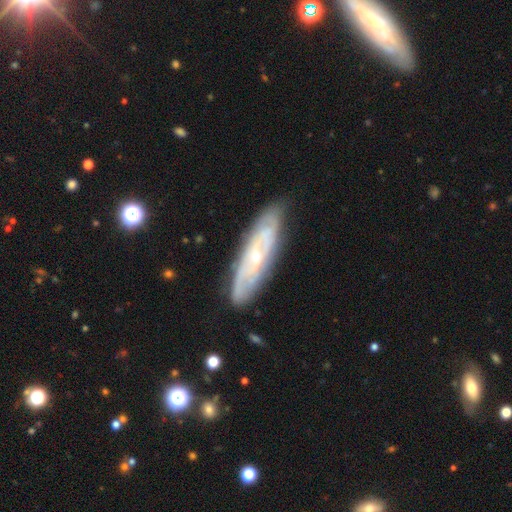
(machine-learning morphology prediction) Q: Smooth or featured?
A: featured or disk (73%); runner-up: smooth (21%)
Q: Edge-on disk?
A: no (70%); runner-up: yes (30%)
Q: Bar?
A: no (68%); runner-up: weak (24%)
Q: Spiral arms?
A: yes (80%); runner-up: no (20%)
Q: Bulge size?
A: small (73%); runner-up: moderate (24%)
Q: Merging?
A: none (82%); runner-up: minor disturbance (14%)